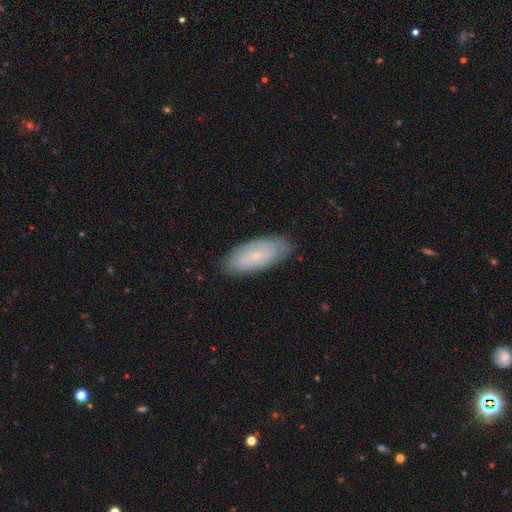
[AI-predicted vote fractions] A featured or disk galaxy (48%). Merging: none (82%).